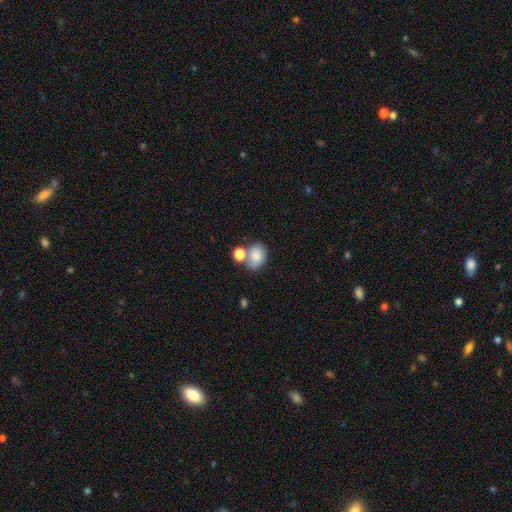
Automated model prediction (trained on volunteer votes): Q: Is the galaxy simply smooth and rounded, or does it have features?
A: smooth — 82%.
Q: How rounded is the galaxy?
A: in between — 58%.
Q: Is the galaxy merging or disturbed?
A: none — 48%.